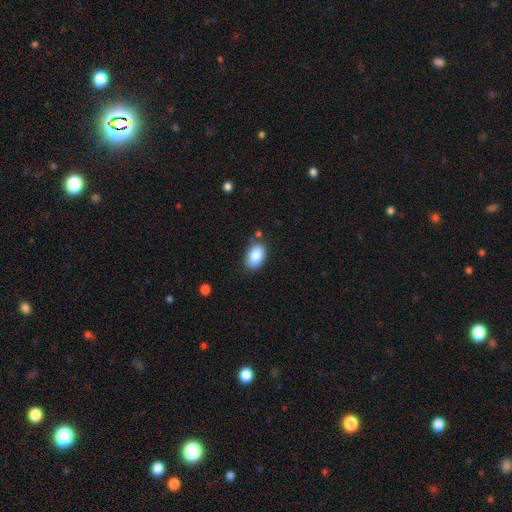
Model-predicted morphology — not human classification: This is clearly a smooth galaxy (88%). How rounded: clearly in between (92%). Merging: likely none (78%).